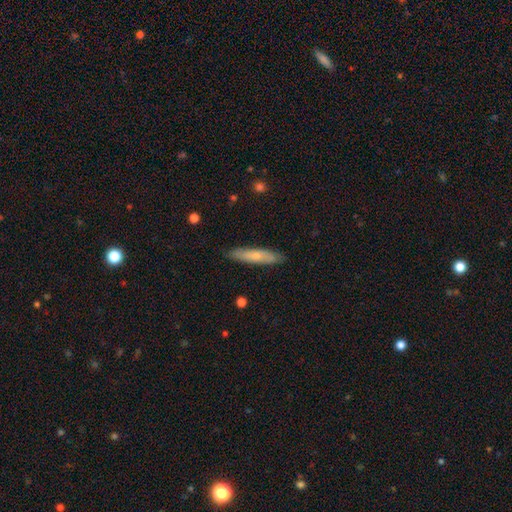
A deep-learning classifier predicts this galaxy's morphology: Smooth or featured? Predicted: smooth (p=0.62). How rounded? Predicted: cigar-shaped (p=0.85). Merging? Predicted: none (p=0.86).